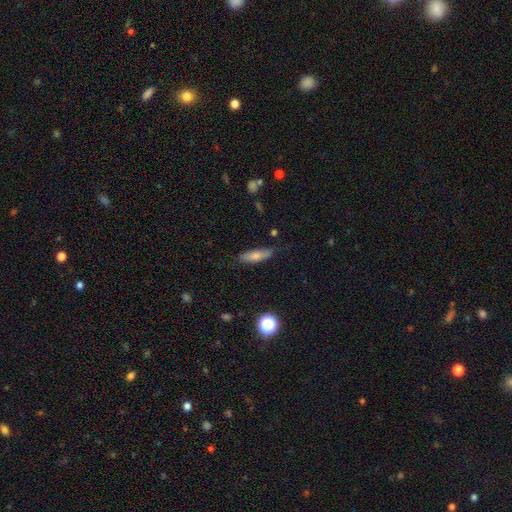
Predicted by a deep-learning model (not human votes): smooth 70%, featured or disk 22%, star or artifact 8%. Down the decision tree: how rounded — cigar-shaped (58%); merging — none (79%).